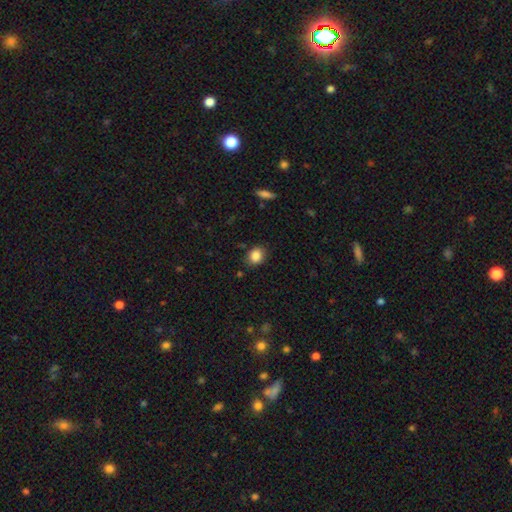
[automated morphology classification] smooth-or-featured: smooth: 86% | star or artifact: 9% | featured or disk: 4%
  how-rounded: round: 55% | in between: 44% | cigar-shaped: 1%
  merging: none: 82% | minor disturbance: 13% | major disturbance: 3% | merger: 2%